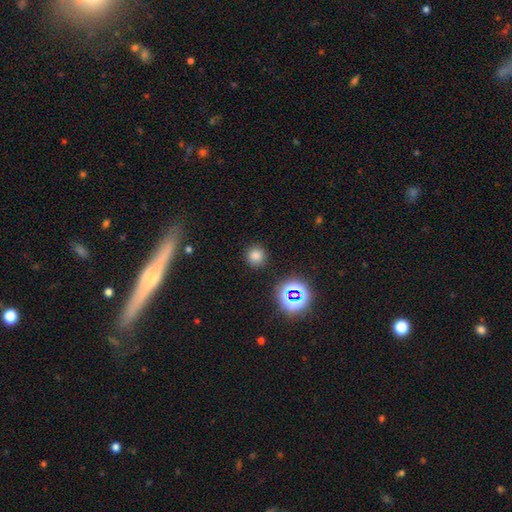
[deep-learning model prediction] Smooth or featured?
  - smooth: 75% *
  - star or artifact: 19%
  - featured or disk: 5%
How rounded?
  - round: 93% *
  - in between: 6%
  - cigar-shaped: 1%
Merging?
  - none: 89% *
  - minor disturbance: 7%
  - major disturbance: 3%
  - merger: 2%